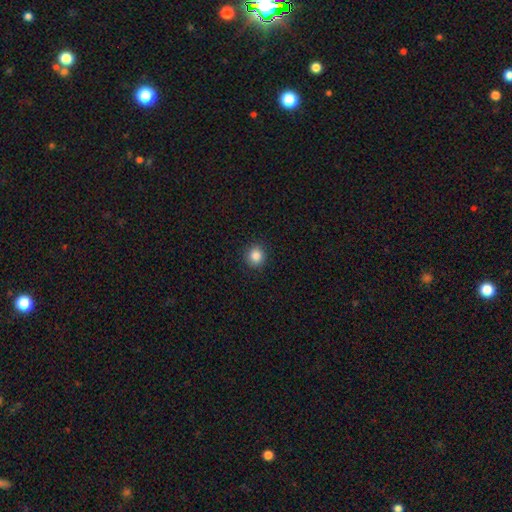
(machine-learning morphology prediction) Smooth or featured?
  - smooth: 86% *
  - star or artifact: 10%
  - featured or disk: 4%
How rounded?
  - round: 91% *
  - in between: 9%
  - cigar-shaped: 1%
Merging?
  - none: 90% *
  - minor disturbance: 7%
  - major disturbance: 2%
  - merger: 1%